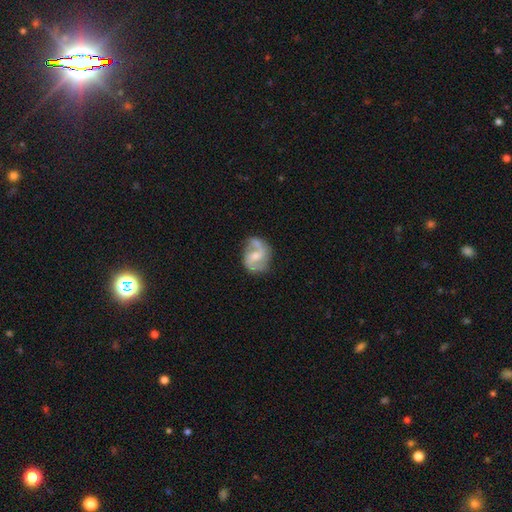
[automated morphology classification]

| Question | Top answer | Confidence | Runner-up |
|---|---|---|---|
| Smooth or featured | featured or disk | 74% | smooth (20%) |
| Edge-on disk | no | 98% | yes (2%) |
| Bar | weak | 51% | no (35%) |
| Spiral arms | yes | 90% | no (10%) |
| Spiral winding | medium | 52% | loose (29%) |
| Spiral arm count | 2 | 86% | can't tell (6%) |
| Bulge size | moderate | 47% | small (28%) |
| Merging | none | 59% | minor disturbance (22%) |